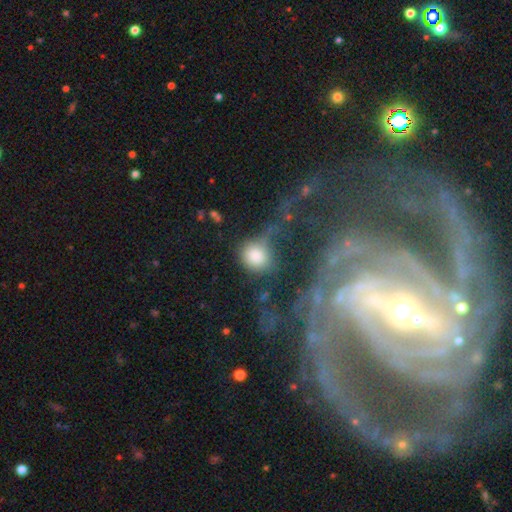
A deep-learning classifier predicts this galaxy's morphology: A smooth galaxy with no disk features (75%) that is round (75%).

Vote fractions:
- Smooth or featured? smooth: 75% / featured or disk: 13% / star or artifact: 12%
- How rounded? round: 75% / in between: 23% / cigar-shaped: 2%
- Merging? none: 39% / major disturbance: 23% / minor disturbance: 22% / merger: 16%